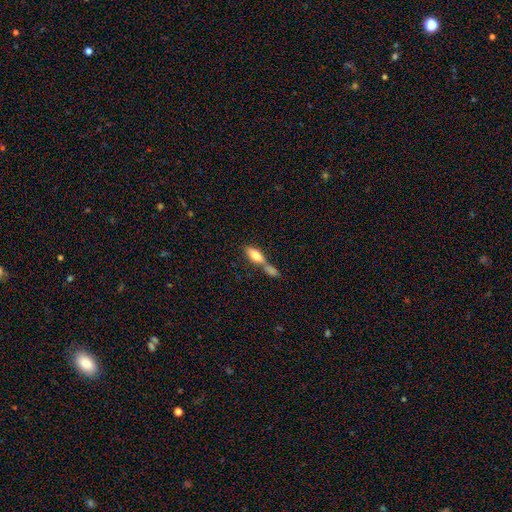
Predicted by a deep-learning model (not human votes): The model was most divided on "merging": merger: 57%, none: 29%, minor disturbance: 10%, major disturbance: 5%. More confident: smooth or featured — smooth (72%); how rounded — in between (70%).